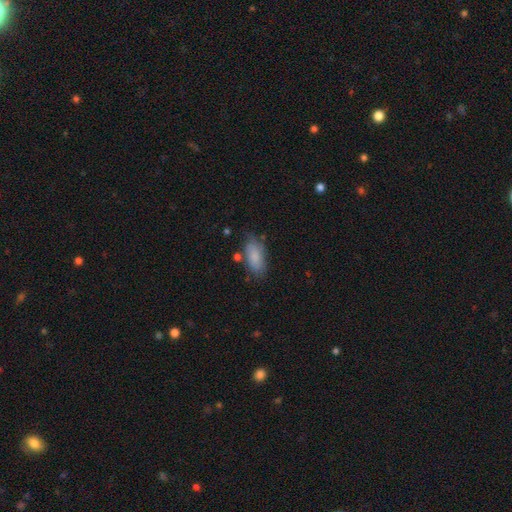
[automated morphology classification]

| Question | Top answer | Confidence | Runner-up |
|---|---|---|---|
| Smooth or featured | smooth | 82% | featured or disk (11%) |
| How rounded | in between | 89% | cigar-shaped (9%) |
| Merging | none | 71% | minor disturbance (19%) |